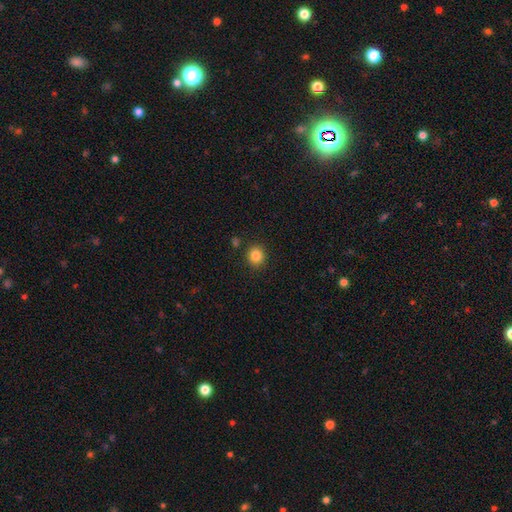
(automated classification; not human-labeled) Smooth or featured? smooth (84%)
How rounded? round (86%)
Merging? none (88%)